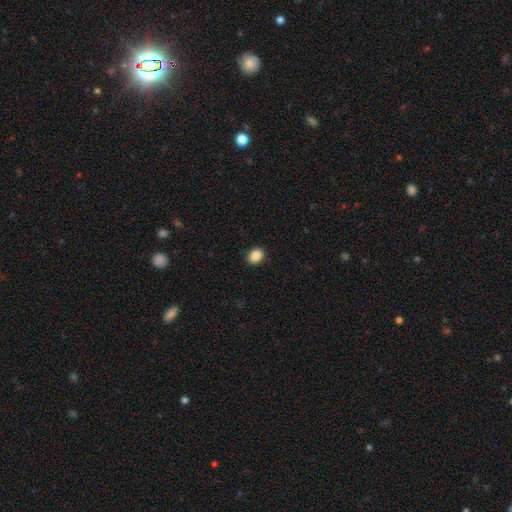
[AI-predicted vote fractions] This appears to be a smooth galaxy with no disk features (88%) that is in between round and cigar-shaped (52%). Merging: none (91%).